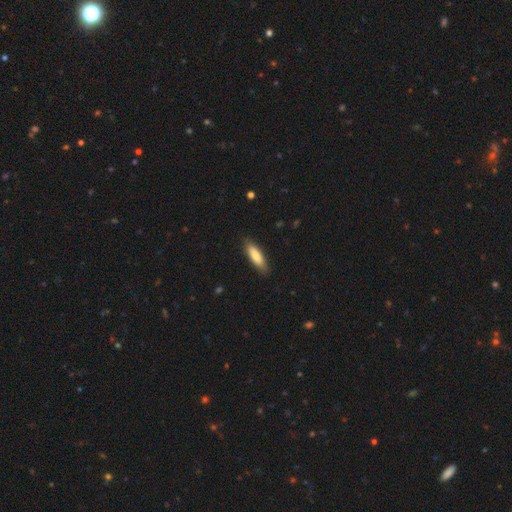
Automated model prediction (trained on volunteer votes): Smooth or featured?
  - smooth: 79% *
  - featured or disk: 15%
  - star or artifact: 5%
How rounded?
  - cigar-shaped: 55% *
  - in between: 44%
  - round: 1%
Merging?
  - none: 85% *
  - minor disturbance: 12%
  - major disturbance: 2%
  - merger: 1%